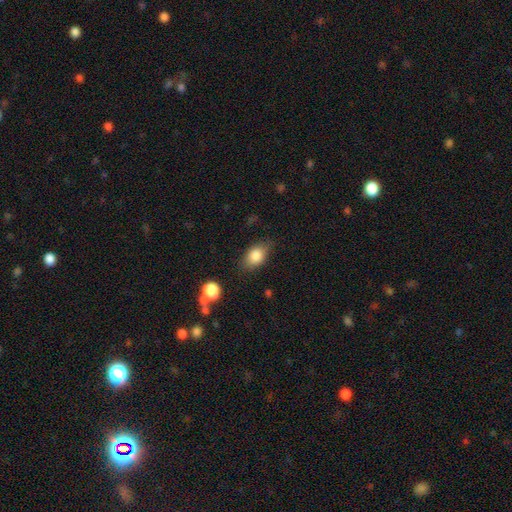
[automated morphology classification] type=smooth (83%); roundness=in between (82%); merging=none (76%).